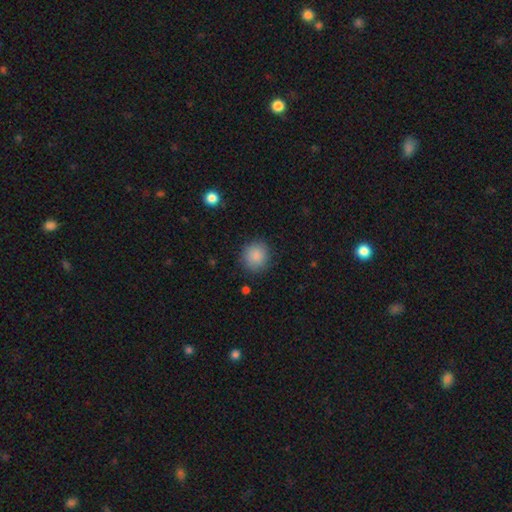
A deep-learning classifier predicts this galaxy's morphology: Smooth or featured? smooth (87%)
How rounded? round (88%)
Merging? none (87%)